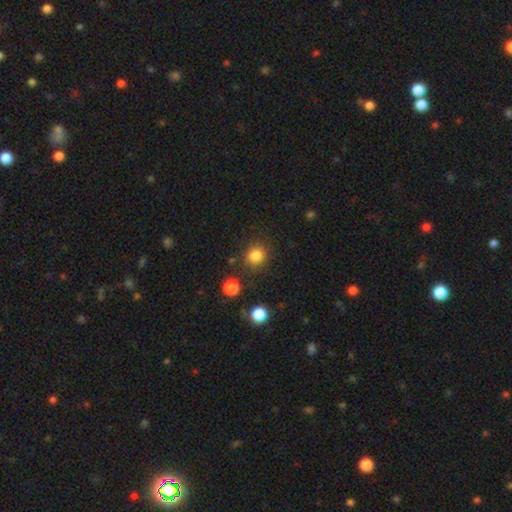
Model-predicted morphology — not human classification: Smooth or featured?
  - smooth: 83% *
  - star or artifact: 12%
  - featured or disk: 4%
How rounded?
  - round: 84% *
  - in between: 15%
  - cigar-shaped: 1%
Merging?
  - none: 84% *
  - minor disturbance: 9%
  - merger: 3%
  - major disturbance: 3%